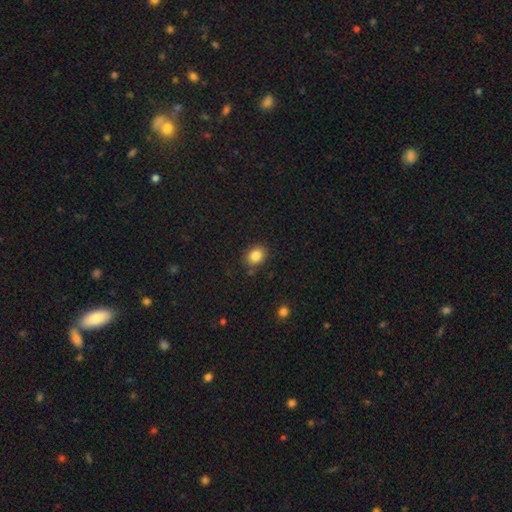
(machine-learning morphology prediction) Overall: smooth (86%). How rounded: round (55%; in between 44%). Merging: none (84%).